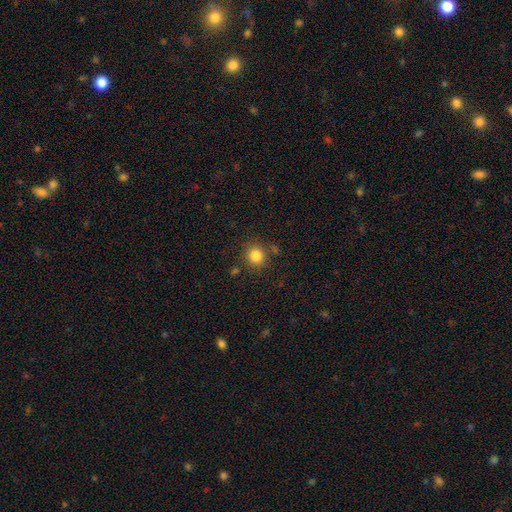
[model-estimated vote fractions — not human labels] This is clearly a smooth galaxy (84%). How rounded: clearly round (88%). Merging: clearly none (82%).